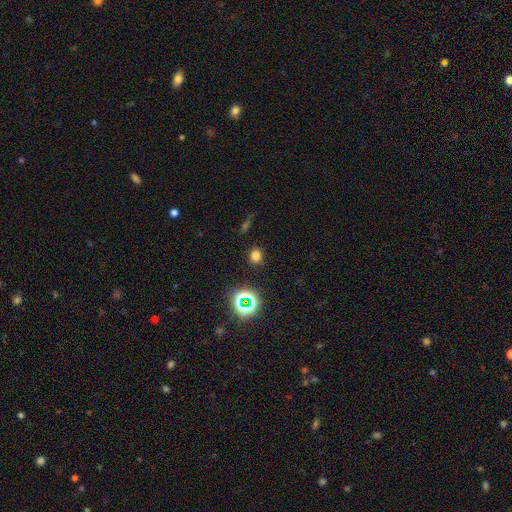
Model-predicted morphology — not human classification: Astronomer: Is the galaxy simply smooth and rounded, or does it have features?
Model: smooth — 70%.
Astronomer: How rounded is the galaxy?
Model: round — 80%.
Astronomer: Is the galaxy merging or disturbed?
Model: none — 87%.